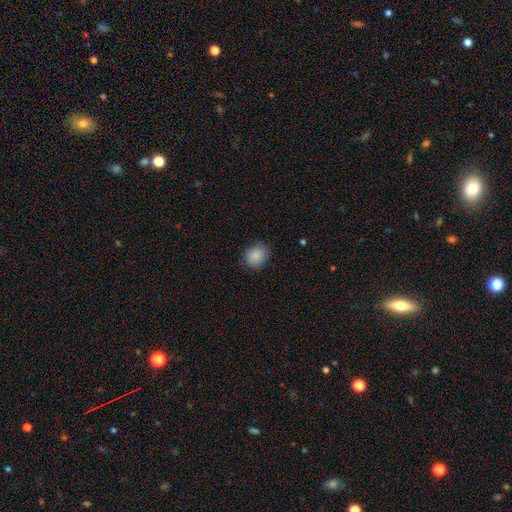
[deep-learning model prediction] This appears to be a smooth galaxy with no disk features (88%) that is round (66%). Merging: none (84%).